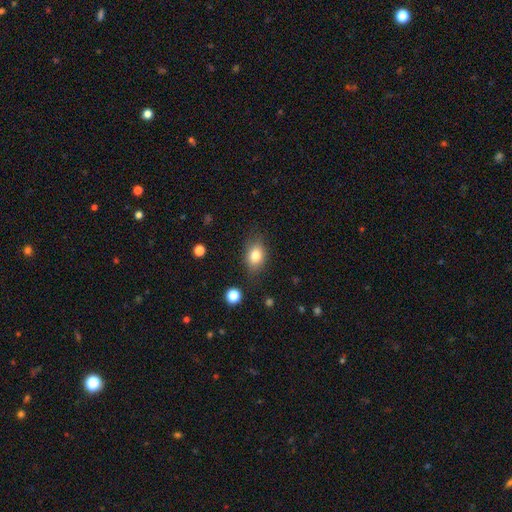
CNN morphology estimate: type=smooth (80%); roundness=in between (70%); merging=none (79%).